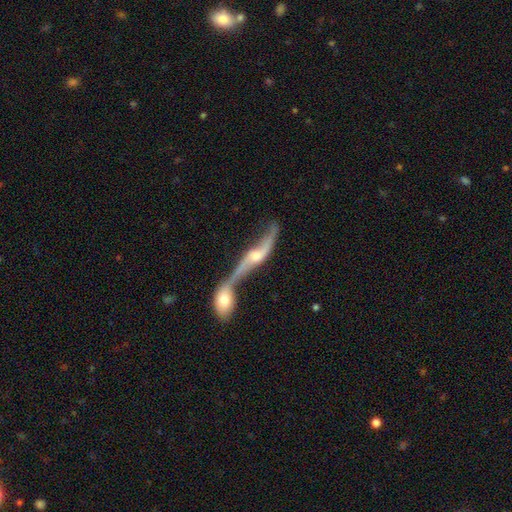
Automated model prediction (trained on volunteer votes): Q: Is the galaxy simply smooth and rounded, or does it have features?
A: featured or disk — 83%.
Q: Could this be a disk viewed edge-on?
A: no — 65%.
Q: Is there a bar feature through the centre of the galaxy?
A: no — 51%.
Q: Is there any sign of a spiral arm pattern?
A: yes — 88%.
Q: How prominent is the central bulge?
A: moderate — 51%.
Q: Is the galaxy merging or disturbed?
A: merger — 63%.